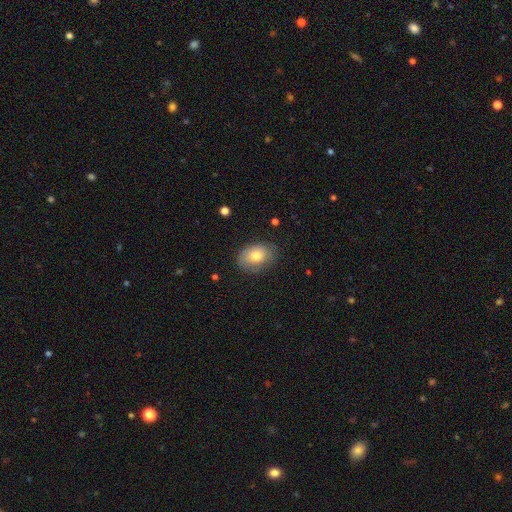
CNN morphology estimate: Smooth or featured? Predicted: smooth (p=0.75). How rounded? Predicted: in between (p=0.79). Merging? Predicted: none (p=0.74).